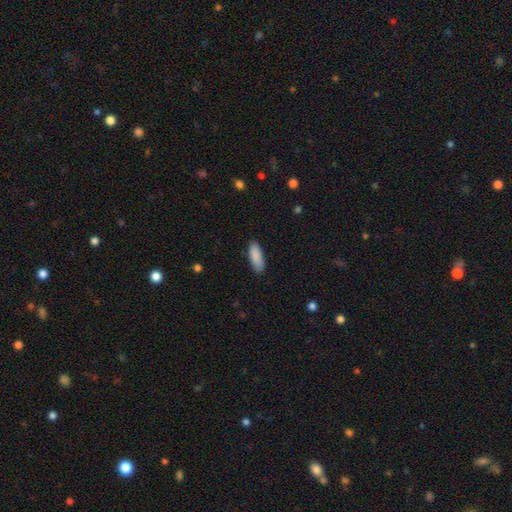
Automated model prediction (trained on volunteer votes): smooth 90%, star or artifact 6%, featured or disk 5%. Down the decision tree: how rounded — in between (68%); merging — none (86%).